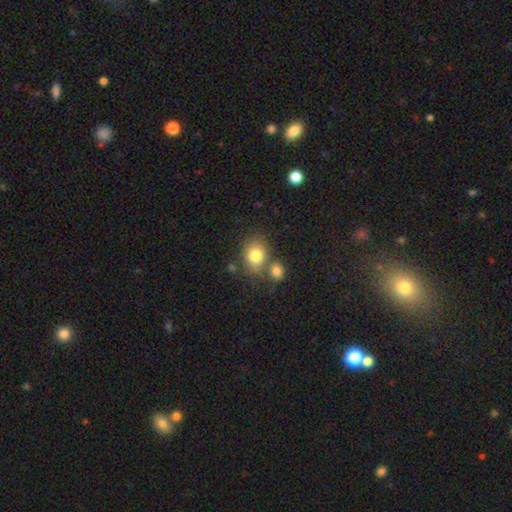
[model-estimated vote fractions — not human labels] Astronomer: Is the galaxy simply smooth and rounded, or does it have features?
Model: smooth — 79%.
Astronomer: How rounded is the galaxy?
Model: in between — 50% (runner-up: round, 49%).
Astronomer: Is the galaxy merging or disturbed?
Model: none — 58%.